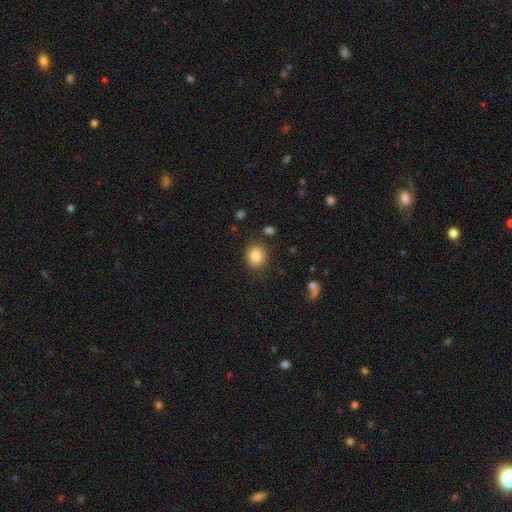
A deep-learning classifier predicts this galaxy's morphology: This is clearly a smooth galaxy (84%). How rounded: likely round (73%). Merging: clearly none (86%).